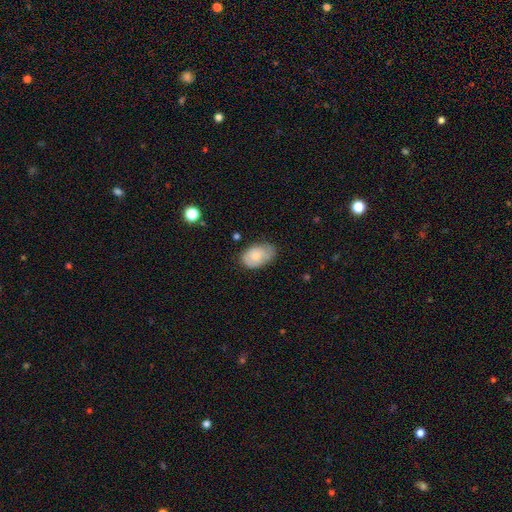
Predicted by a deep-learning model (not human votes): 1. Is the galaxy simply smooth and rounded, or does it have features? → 75% smooth, 18% featured or disk, 7% star or artifact.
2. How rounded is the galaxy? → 90% in between, 9% round, 1% cigar-shaped.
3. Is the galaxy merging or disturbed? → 65% none, 28% minor disturbance, 6% major disturbance, 2% merger.